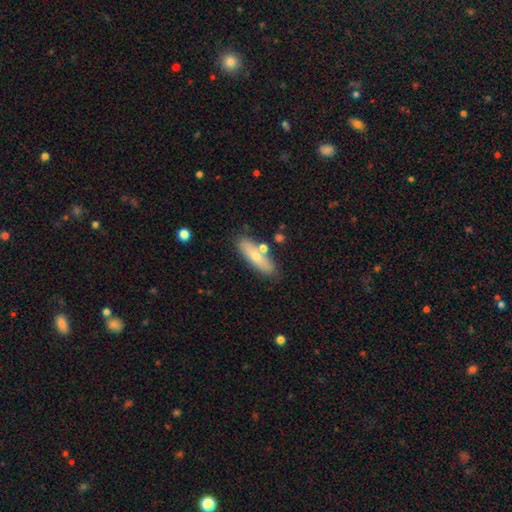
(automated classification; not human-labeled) smooth 66%, featured or disk 27%, star or artifact 7%. Down the decision tree: how rounded — cigar-shaped (62%); merging — none (74%).